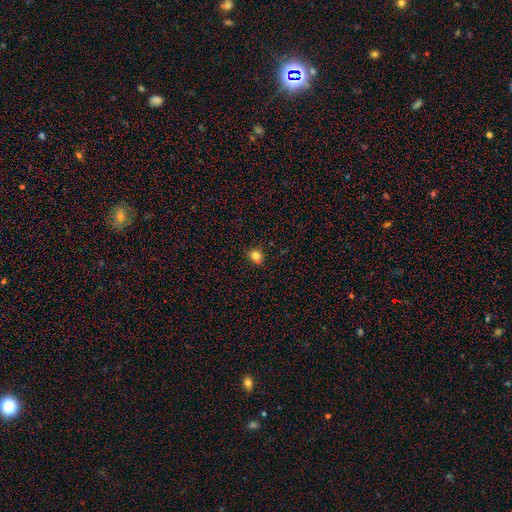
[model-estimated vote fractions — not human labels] This appears to be a smooth galaxy with no disk features (81%) that is round (80%). Merging: none (85%).